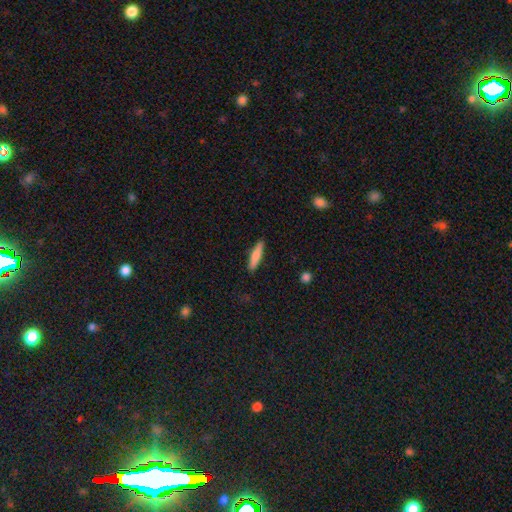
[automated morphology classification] A smooth galaxy with no disk features (75%) that is cigar-shaped (83%).

Vote fractions:
- Smooth or featured? smooth: 75% / featured or disk: 20% / star or artifact: 6%
- How rounded? cigar-shaped: 83% / in between: 16% / round: 2%
- Merging? none: 87% / minor disturbance: 9% / major disturbance: 2% / merger: 1%